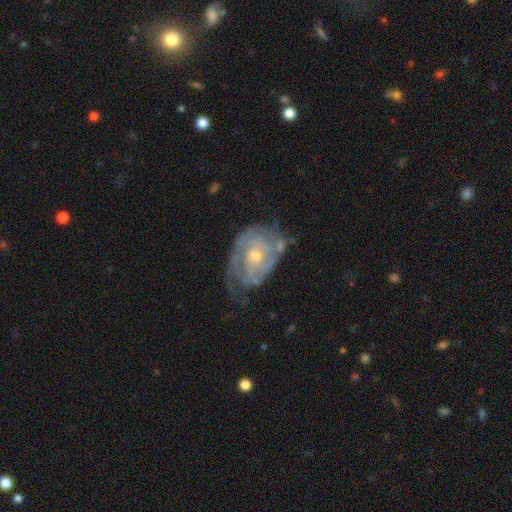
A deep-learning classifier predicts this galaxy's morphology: A featured or disk galaxy (83%) with no bar (65%), 2 (45%) tight (58%) spiral arms (91%) and a small central bulge (51%).

Vote fractions:
- Smooth or featured? featured or disk: 83% / smooth: 11% / star or artifact: 5%
- Edge-on disk? no: 97% / yes: 3%
- Bar? no: 65% / weak: 29% / strong: 6%
- Spiral arms? yes: 91% / no: 9%
- Spiral winding? tight: 58% / medium: 33% / loose: 9%
- Spiral arm count? 2: 45% / can't tell: 29% / 3: 13% / 1: 5% / 4: 4% / more than 4: 3%
- Bulge size? small: 51% / moderate: 46% / large: 2% / none: 1% / dominant: 1%
- Merging? none: 50% / minor disturbance: 28% / major disturbance: 18% / merger: 4%